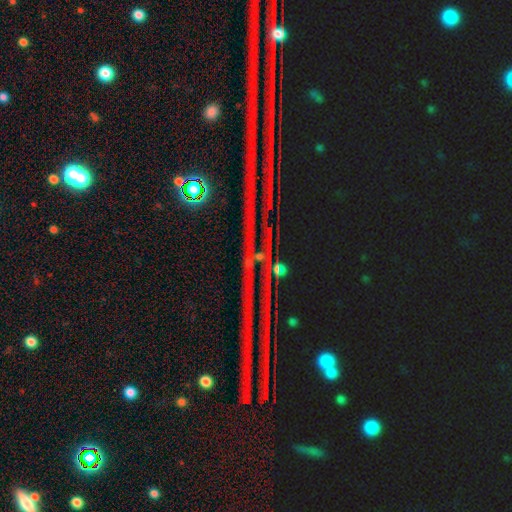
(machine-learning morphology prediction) type=star or artifact (85%).